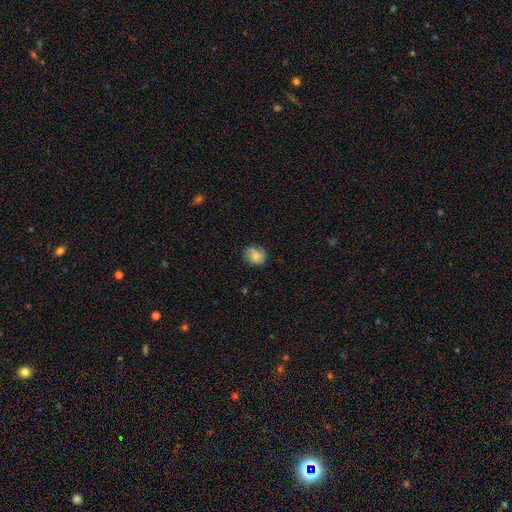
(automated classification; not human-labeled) Morphology: type=smooth (74%); roundness=round (70%); merging=none (66%).